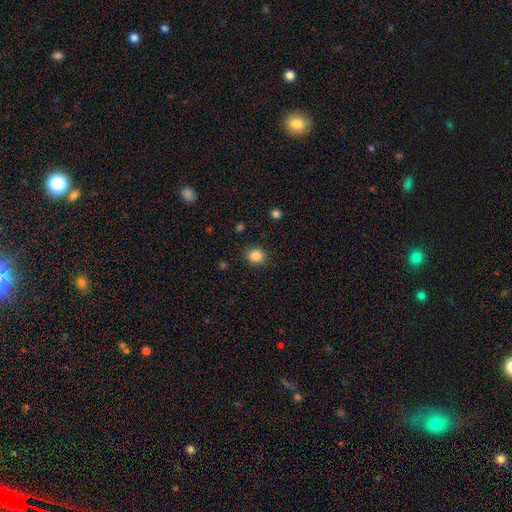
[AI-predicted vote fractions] Smooth or featured? smooth (85%)
How rounded? round (79%)
Merging? none (89%)